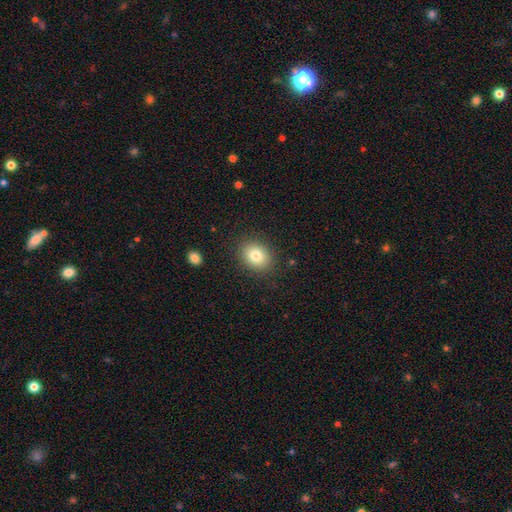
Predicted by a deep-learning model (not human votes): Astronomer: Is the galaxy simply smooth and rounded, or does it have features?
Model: smooth — 82%.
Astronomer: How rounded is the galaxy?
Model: round — 52% (runner-up: in between, 47%).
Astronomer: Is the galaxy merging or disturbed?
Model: none — 88%.